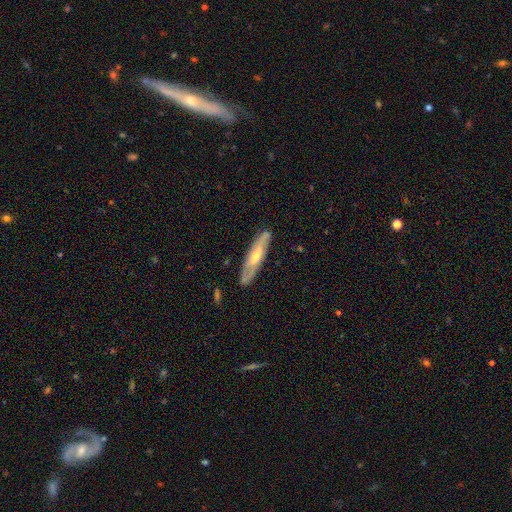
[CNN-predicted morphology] This appears to be a featured or disk galaxy (63%). Merging: none (83%).